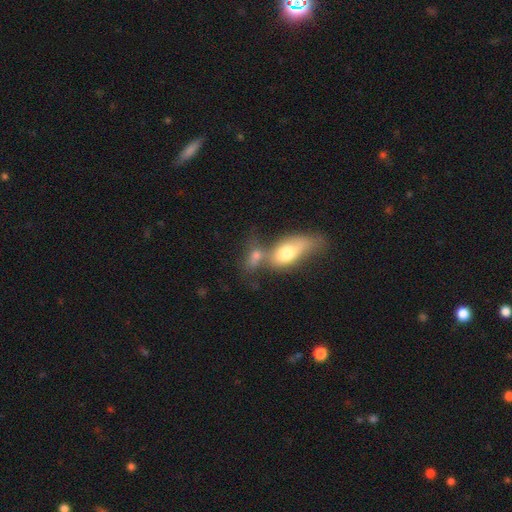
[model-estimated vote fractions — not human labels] A smooth galaxy with no disk features (66%) that is in between round and cigar-shaped (73%). Merging: merger (57%).